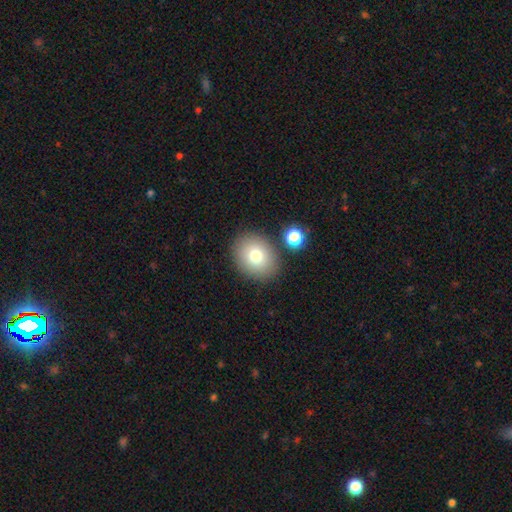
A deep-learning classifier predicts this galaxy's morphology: smooth_or_featured: smooth (p=0.76) [alt: featured or disk p=0.12]
how_rounded: round (p=0.56) [alt: in between p=0.43]
merging: none (p=0.83) [alt: minor disturbance p=0.09]